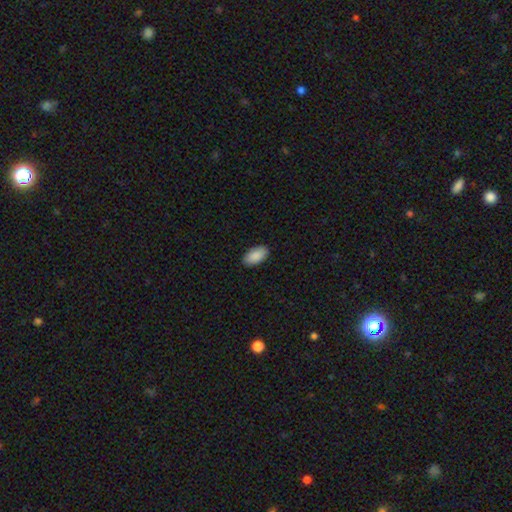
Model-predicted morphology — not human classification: Overall: smooth (90%). How rounded: in between (96%). Merging: none (90%).